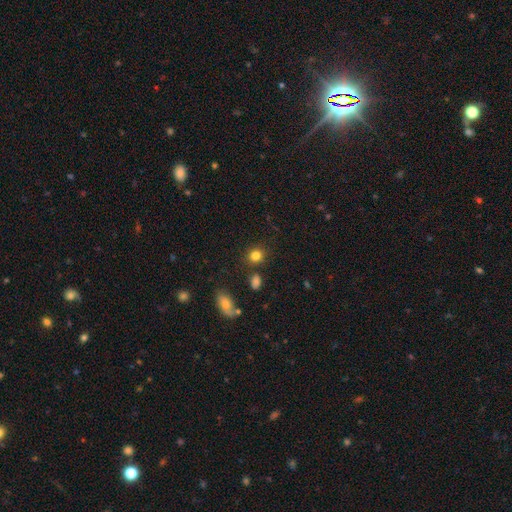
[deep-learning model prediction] This is clearly a smooth galaxy (82%). How rounded: likely round (74%). Merging: clearly none (81%).